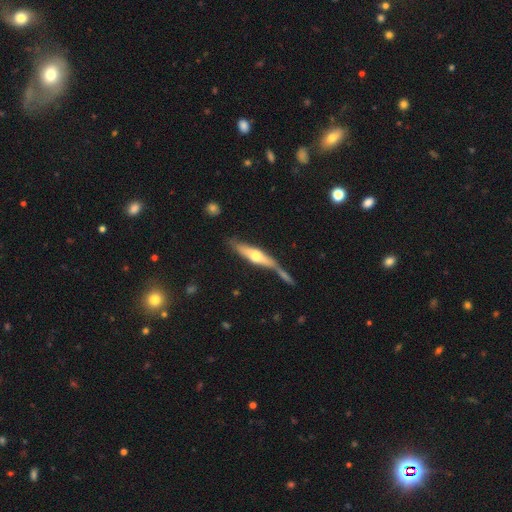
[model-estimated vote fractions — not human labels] Q: Smooth or featured?
A: featured or disk (52%); runner-up: smooth (42%)
Q: Edge-on disk?
A: yes (85%); runner-up: no (15%)
Q: Merging?
A: none (47%); runner-up: merger (26%)